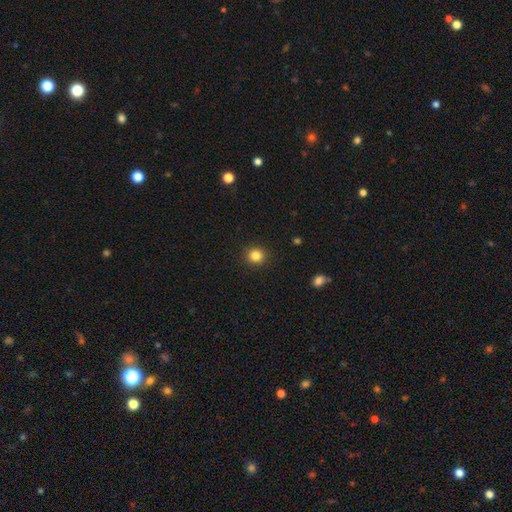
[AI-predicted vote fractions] Smooth or featured? Predicted: smooth (p=0.84). How rounded? Predicted: round (p=0.91). Merging? Predicted: none (p=0.92).